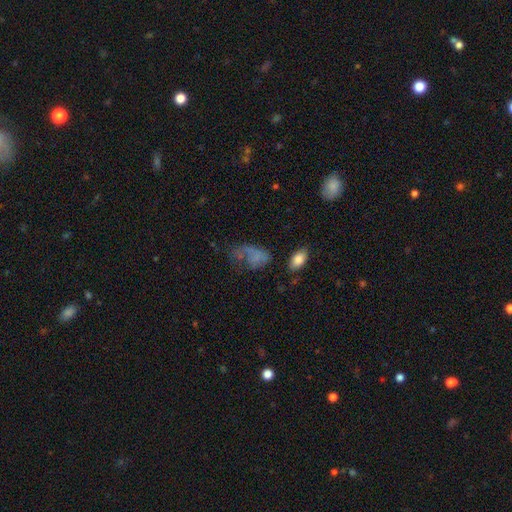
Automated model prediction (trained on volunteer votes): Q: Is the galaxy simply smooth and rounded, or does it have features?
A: smooth — 56%.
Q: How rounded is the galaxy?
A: in between — 83%.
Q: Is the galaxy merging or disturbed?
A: major disturbance — 47%.